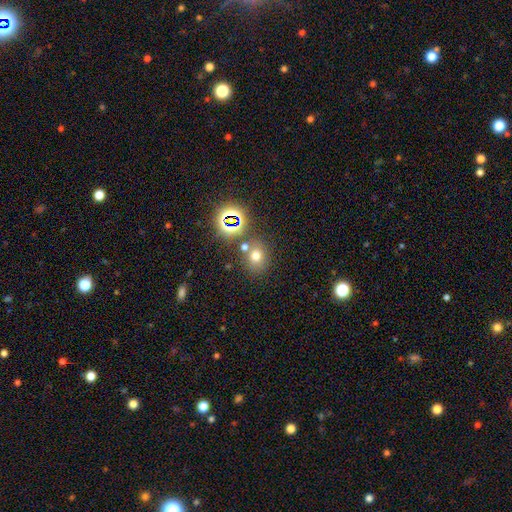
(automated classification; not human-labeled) Smooth or featured? Predicted: smooth (p=0.64). How rounded? Predicted: round (p=0.65). Merging? Predicted: none (p=0.68).